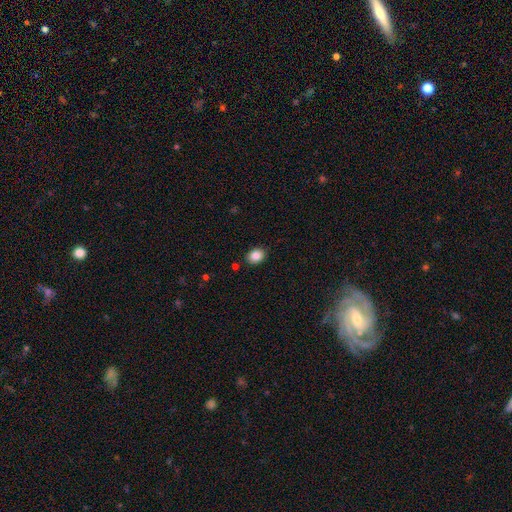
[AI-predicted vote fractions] Overall: smooth (87%). How rounded: in between (58%; round 41%). Merging: none (88%).